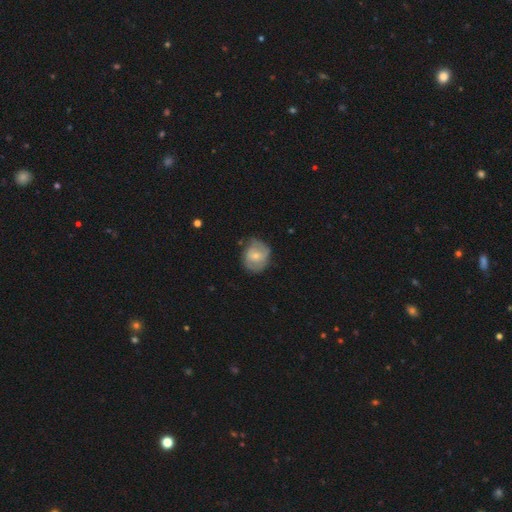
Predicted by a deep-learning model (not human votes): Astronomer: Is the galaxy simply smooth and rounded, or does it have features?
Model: featured or disk — 57% (runner-up: smooth, 37%).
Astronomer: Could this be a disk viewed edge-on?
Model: no — 97%.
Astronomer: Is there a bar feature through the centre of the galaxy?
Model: no — 55% (runner-up: weak, 36%).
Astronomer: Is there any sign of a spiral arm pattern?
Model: yes — 76%.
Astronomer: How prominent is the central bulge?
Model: small — 58% (runner-up: moderate, 37%).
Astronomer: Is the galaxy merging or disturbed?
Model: none — 65%.